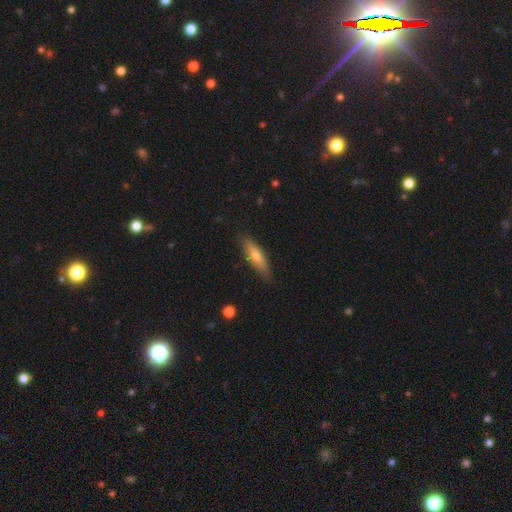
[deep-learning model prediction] smooth 54%, featured or disk 40%, star or artifact 6%. Down the decision tree: how rounded — cigar-shaped (68%); merging — none (84%).